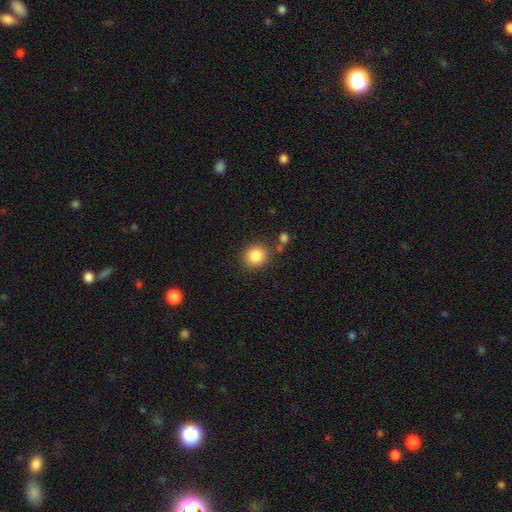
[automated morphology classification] smooth_or_featured: smooth (p=0.86) [alt: star or artifact p=0.09]
how_rounded: round (p=0.84) [alt: in between p=0.16]
merging: none (p=0.81) [alt: minor disturbance p=0.10]